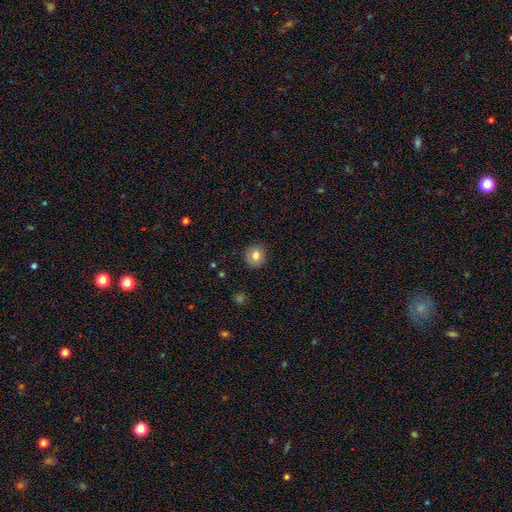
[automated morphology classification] Smooth or featured?
  - smooth: 81% *
  - star or artifact: 10%
  - featured or disk: 9%
How rounded?
  - round: 91% *
  - in between: 8%
  - cigar-shaped: 1%
Merging?
  - none: 90% *
  - minor disturbance: 7%
  - major disturbance: 2%
  - merger: 1%